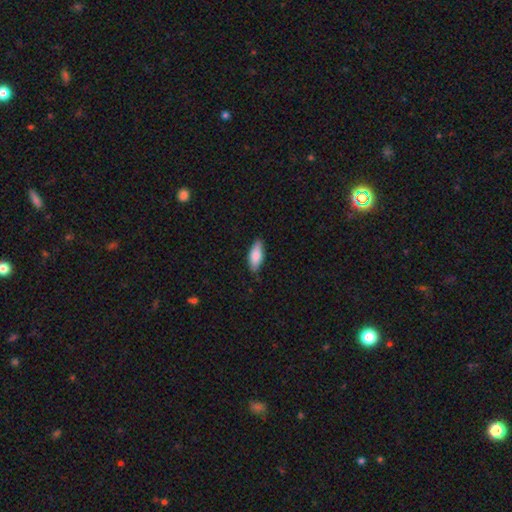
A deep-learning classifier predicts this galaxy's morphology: This is clearly a smooth galaxy (82%). How rounded: likely in between (76%). Merging: clearly none (83%).